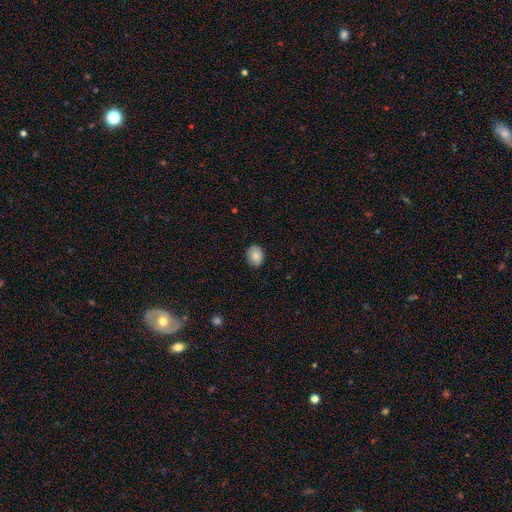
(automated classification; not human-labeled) The model was most divided on "how rounded": in between: 53%, round: 47%, cigar-shaped: 1%. More confident: smooth or featured — smooth (85%); merging — none (83%).